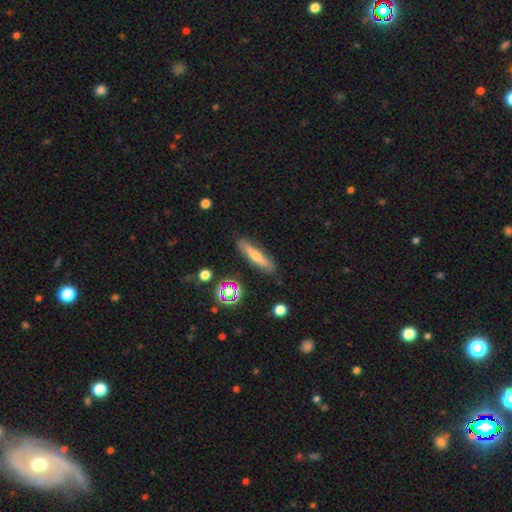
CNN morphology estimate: A smooth galaxy with no disk features (52%) that is cigar-shaped (80%).

Vote fractions:
- Smooth or featured? smooth: 52% / featured or disk: 37% / star or artifact: 12%
- How rounded? cigar-shaped: 80% / in between: 16% / round: 4%
- Merging? none: 84% / minor disturbance: 11% / major disturbance: 3% / merger: 2%